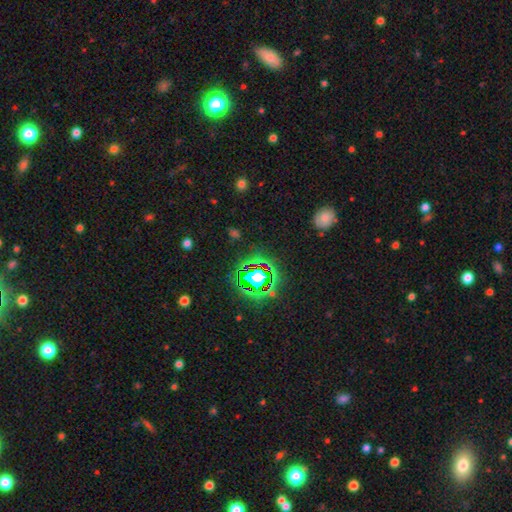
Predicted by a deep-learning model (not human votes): This appears to be a star or artifact, not a galaxy (79%).